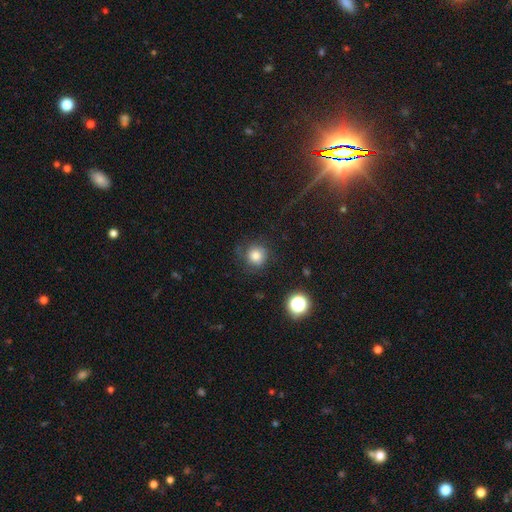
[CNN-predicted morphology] A smooth galaxy with no disk features (79%) that is round (91%). Merging: none (75%).